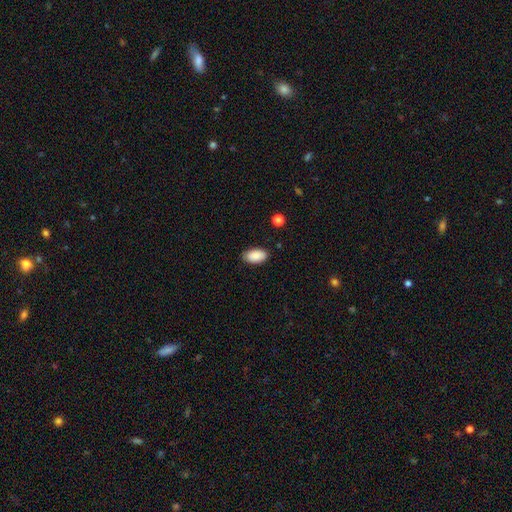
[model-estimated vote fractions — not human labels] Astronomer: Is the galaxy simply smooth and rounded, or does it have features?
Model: smooth — 89%.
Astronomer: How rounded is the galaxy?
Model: in between — 95%.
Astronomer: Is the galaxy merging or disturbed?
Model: none — 84%.